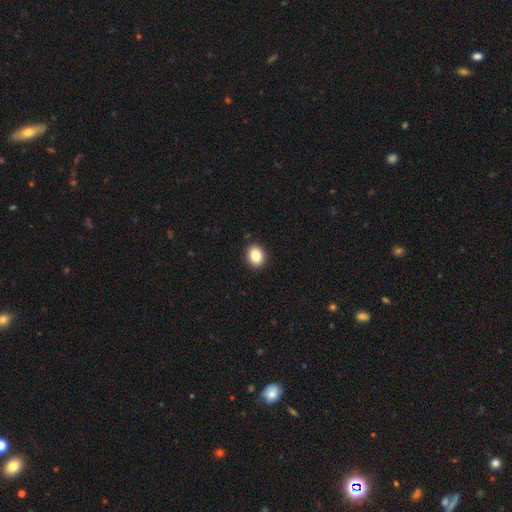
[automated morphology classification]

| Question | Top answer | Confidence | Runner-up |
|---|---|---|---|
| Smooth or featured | smooth | 84% | star or artifact (10%) |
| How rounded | round | 60% | in between (39%) |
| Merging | none | 92% | minor disturbance (6%) |